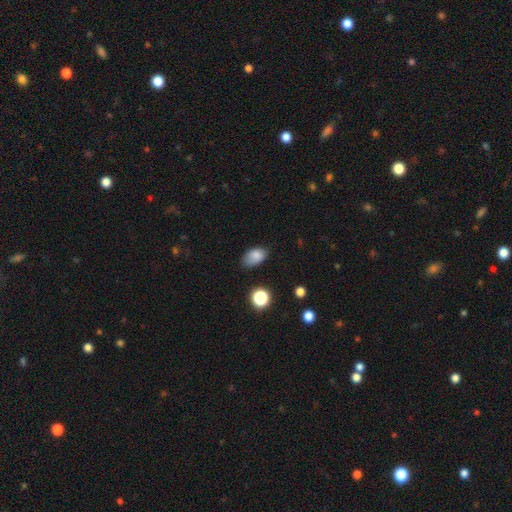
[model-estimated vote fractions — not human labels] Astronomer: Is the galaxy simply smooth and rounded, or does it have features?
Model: smooth — 82%.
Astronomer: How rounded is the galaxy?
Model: in between — 87%.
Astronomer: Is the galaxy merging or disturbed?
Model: none — 65%.